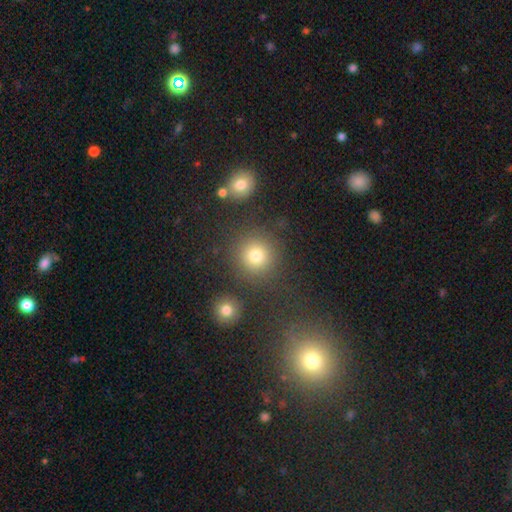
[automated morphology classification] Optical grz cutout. It shows a smooth galaxy with no disk features (79%) that is round (92%). Merging: none (82%).